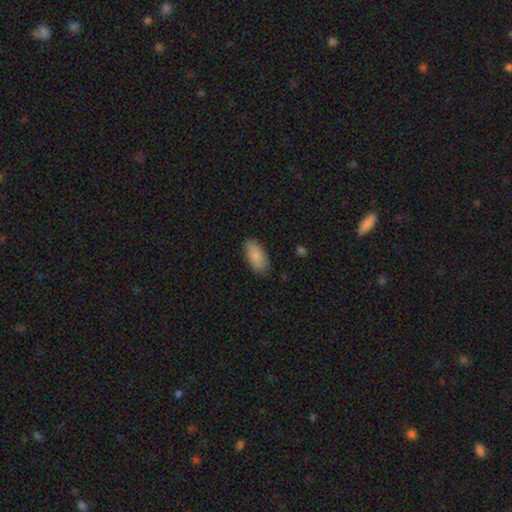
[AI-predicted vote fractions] Smooth or featured? Predicted: smooth (p=0.86). How rounded? Predicted: in between (p=0.91). Merging? Predicted: none (p=0.84).